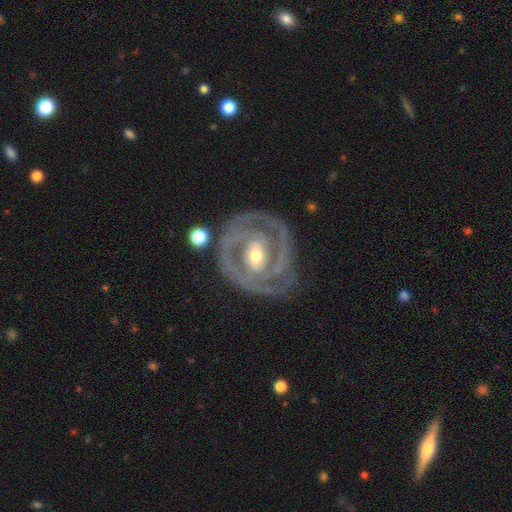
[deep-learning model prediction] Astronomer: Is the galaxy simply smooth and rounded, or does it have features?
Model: featured or disk — 90%.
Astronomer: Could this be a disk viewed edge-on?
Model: no — 96%.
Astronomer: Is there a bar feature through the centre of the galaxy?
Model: strong — 36%, tied with weak at 36%.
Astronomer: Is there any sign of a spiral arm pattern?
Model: yes — 94%.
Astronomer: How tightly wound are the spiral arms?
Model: tight — 73%.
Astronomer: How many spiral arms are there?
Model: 2 — 65%.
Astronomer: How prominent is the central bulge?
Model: moderate — 50% (runner-up: small, 46%).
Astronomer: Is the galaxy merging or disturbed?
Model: none — 74%.